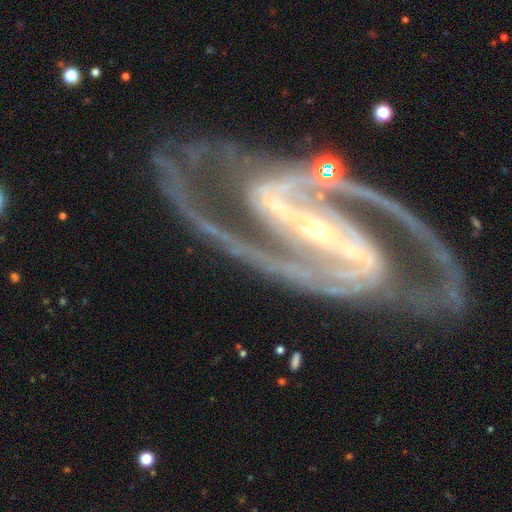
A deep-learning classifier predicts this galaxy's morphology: Smooth or featured? Predicted: featured or disk (p=0.92). Edge-on disk? Predicted: no (p=0.97). Bar? Predicted: strong (p=0.69). Spiral arms? Predicted: yes (p=0.97). Spiral winding? Predicted: medium (p=0.50). Spiral arm count? Predicted: 2 (p=0.72). Bulge size? Predicted: small (p=0.75). Merging? Predicted: none (p=0.40).